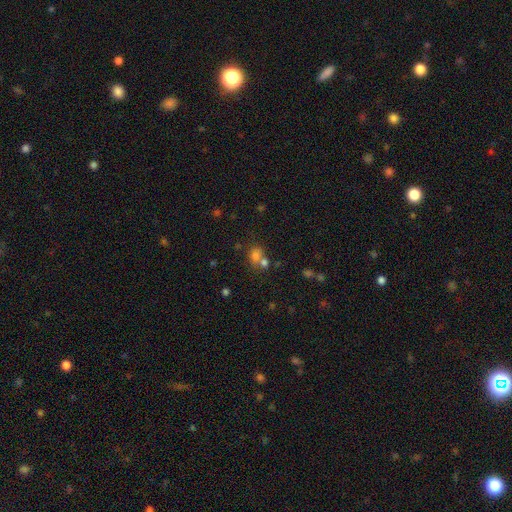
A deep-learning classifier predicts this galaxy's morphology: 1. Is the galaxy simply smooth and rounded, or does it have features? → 69% smooth, 19% star or artifact, 13% featured or disk.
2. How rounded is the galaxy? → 57% round, 42% in between, 1% cigar-shaped.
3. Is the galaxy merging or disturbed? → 46% merger, 39% none, 10% minor disturbance, 6% major disturbance.